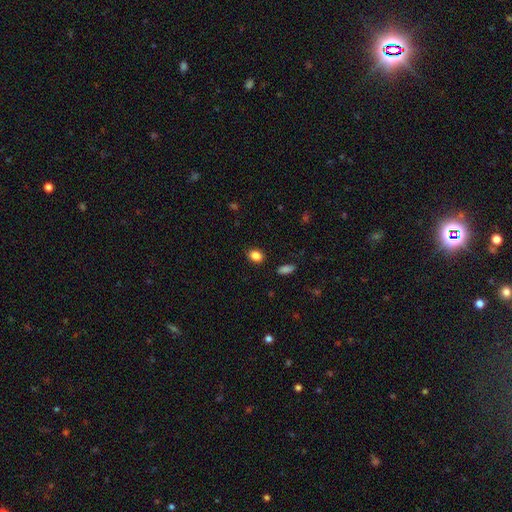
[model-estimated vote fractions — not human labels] This appears to be a smooth galaxy with no disk features (86%) that is in between round and cigar-shaped (67%). Merging: none (87%).